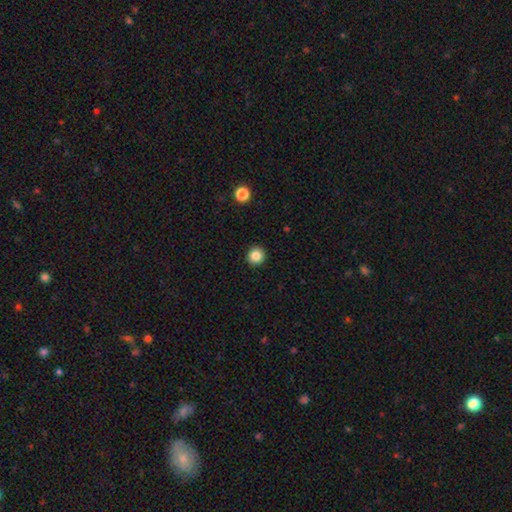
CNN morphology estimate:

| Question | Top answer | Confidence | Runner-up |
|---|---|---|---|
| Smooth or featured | smooth | 85% | star or artifact (10%) |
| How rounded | round | 93% | in between (6%) |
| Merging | none | 93% | minor disturbance (4%) |